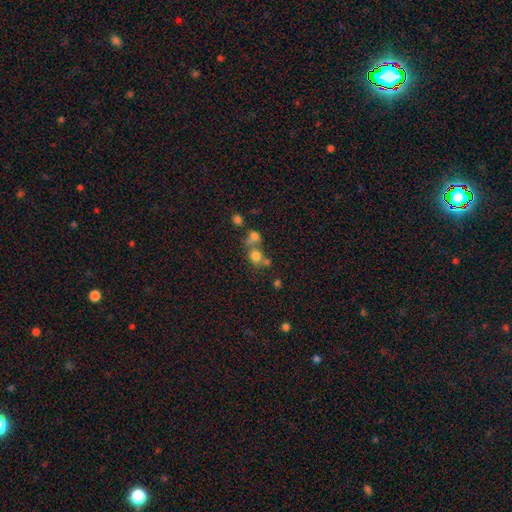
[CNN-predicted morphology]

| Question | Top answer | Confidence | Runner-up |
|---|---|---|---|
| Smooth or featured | smooth | 73% | star or artifact (16%) |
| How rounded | round | 82% | in between (17%) |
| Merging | merger | 44% | none (43%) |